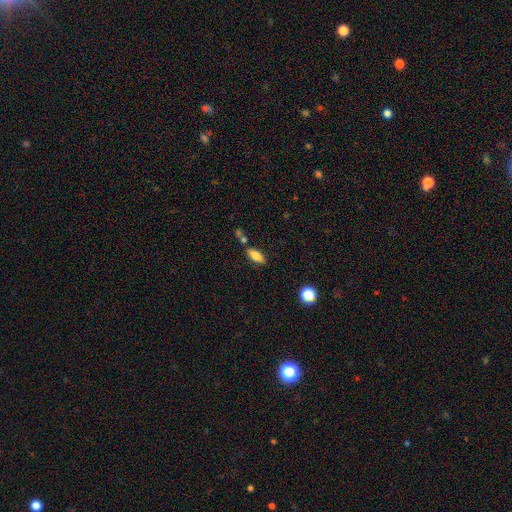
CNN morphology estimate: Smooth or featured? smooth (80%)
How rounded? in between (82%)
Merging? none (74%)